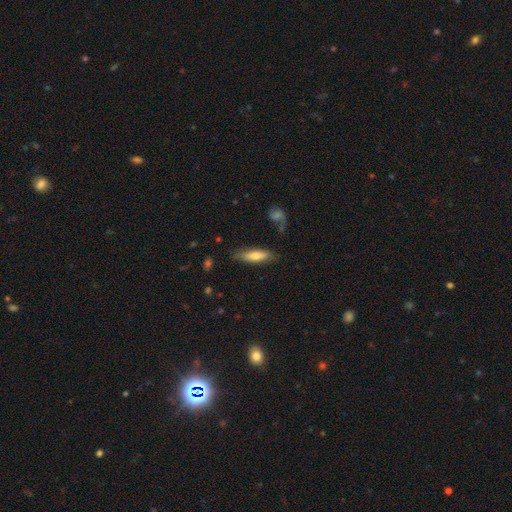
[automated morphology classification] Smooth or featured?
  - smooth: 64% *
  - featured or disk: 30%
  - star or artifact: 6%
How rounded?
  - cigar-shaped: 65% *
  - in between: 33%
  - round: 2%
Merging?
  - none: 77% *
  - minor disturbance: 17%
  - major disturbance: 4%
  - merger: 3%